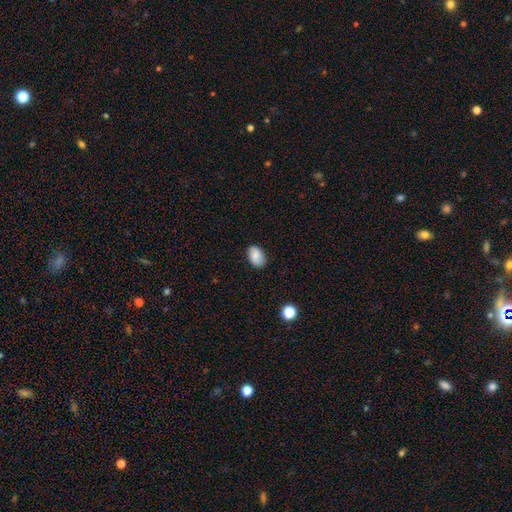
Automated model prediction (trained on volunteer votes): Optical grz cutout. It shows a smooth galaxy with no disk features (85%) that is in between round and cigar-shaped (85%). Merging: none (83%).